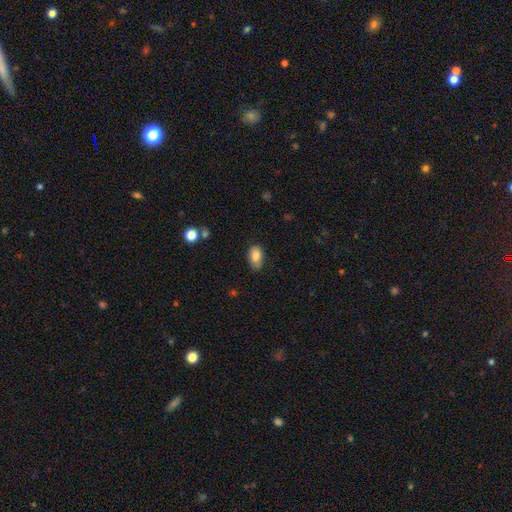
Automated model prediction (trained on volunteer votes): Smooth or featured?
  - smooth: 84% *
  - featured or disk: 9%
  - star or artifact: 8%
How rounded?
  - in between: 91% *
  - round: 7%
  - cigar-shaped: 2%
Merging?
  - none: 76% *
  - minor disturbance: 19%
  - major disturbance: 3%
  - merger: 2%